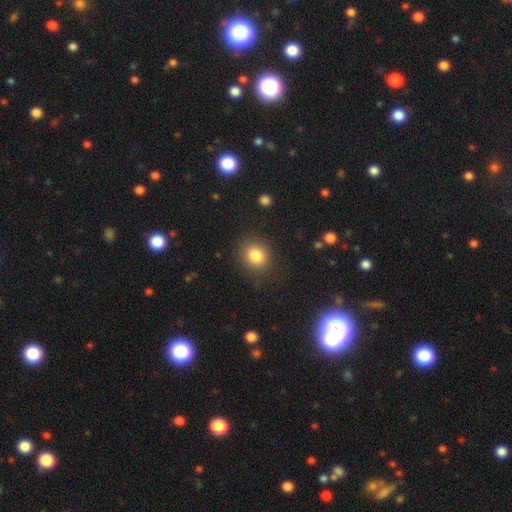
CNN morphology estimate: Smooth or featured?
  - smooth: 83% *
  - star or artifact: 10%
  - featured or disk: 6%
How rounded?
  - round: 72% *
  - in between: 27%
  - cigar-shaped: 1%
Merging?
  - none: 82% *
  - minor disturbance: 11%
  - major disturbance: 5%
  - merger: 2%